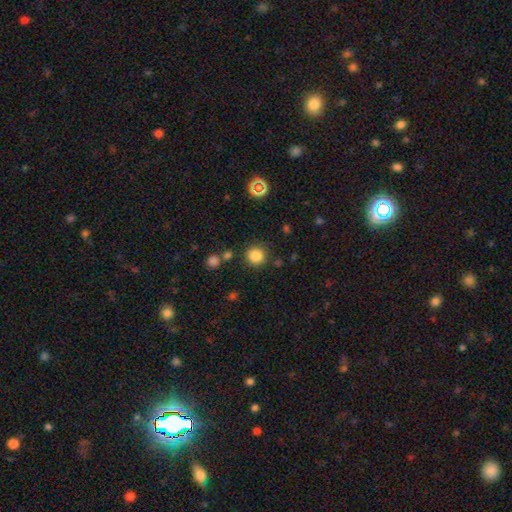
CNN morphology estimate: A smooth galaxy with no disk features (84%) that is round (93%).

Vote fractions:
- Smooth or featured? smooth: 84% / star or artifact: 12% / featured or disk: 4%
- How rounded? round: 93% / in between: 6% / cigar-shaped: 1%
- Merging? none: 85% / minor disturbance: 8% / merger: 4% / major disturbance: 3%